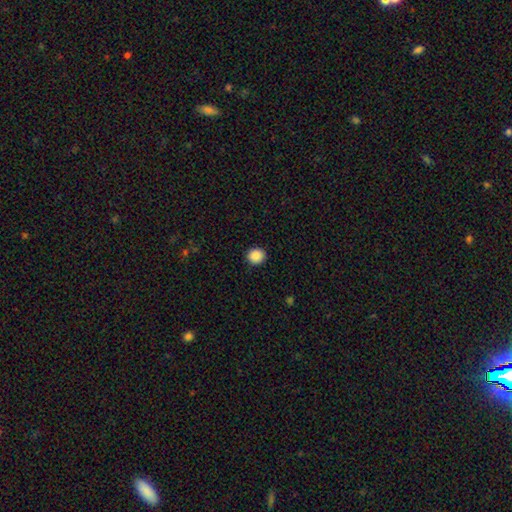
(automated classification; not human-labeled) Q: Smooth or featured?
A: smooth (89%); runner-up: star or artifact (9%)
Q: How rounded?
A: round (84%); runner-up: in between (15%)
Q: Merging?
A: none (92%); runner-up: minor disturbance (6%)